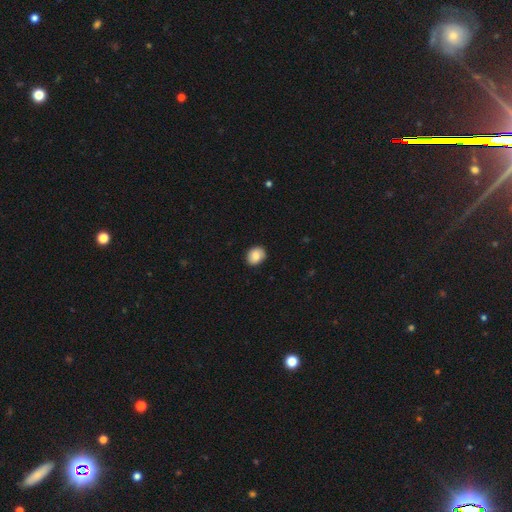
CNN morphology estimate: type=smooth (83%); roundness=round (57%); merging=none (86%).